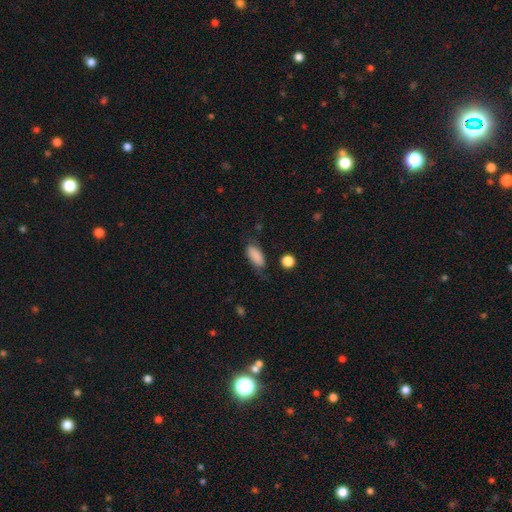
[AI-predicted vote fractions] smooth 86%, star or artifact 8%, featured or disk 7%. Down the decision tree: how rounded — in between (86%); merging — none (64%).